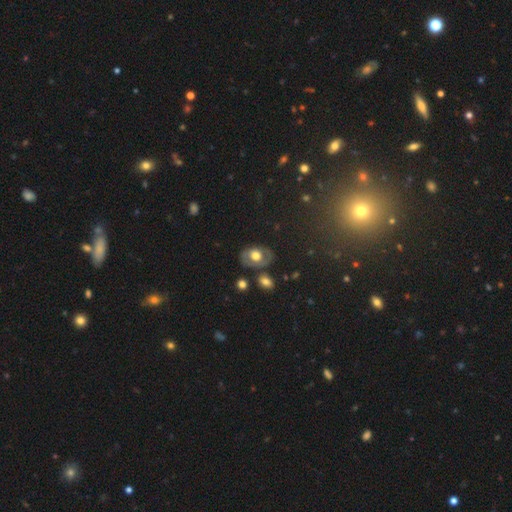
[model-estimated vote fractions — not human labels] smooth 49%, featured or disk 43%, star or artifact 8%. Down the decision tree: merging — none (69%).